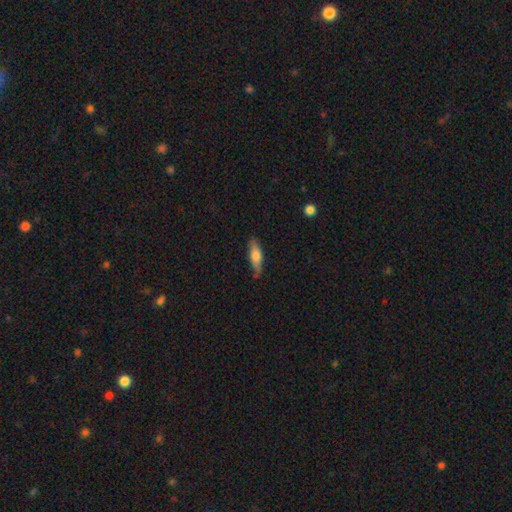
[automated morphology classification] The model was most divided on "how rounded": cigar-shaped: 57%, in between: 41%, round: 2%. More confident: merging — none (75%); smooth or featured — smooth (65%).